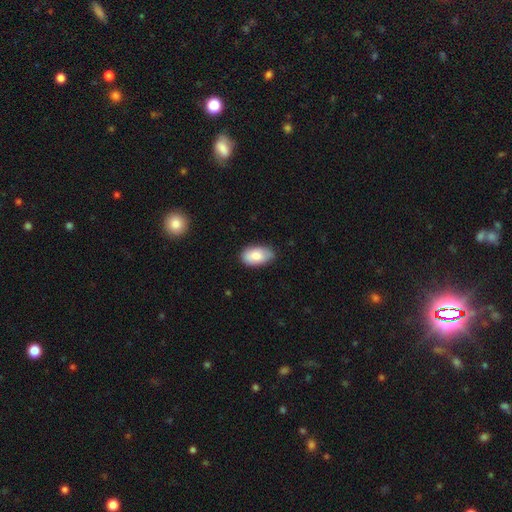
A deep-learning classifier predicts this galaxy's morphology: Smooth or featured?
  - smooth: 81% *
  - featured or disk: 12%
  - star or artifact: 6%
How rounded?
  - in between: 94% *
  - round: 5%
  - cigar-shaped: 2%
Merging?
  - none: 78% *
  - minor disturbance: 19%
  - major disturbance: 3%
  - merger: 1%